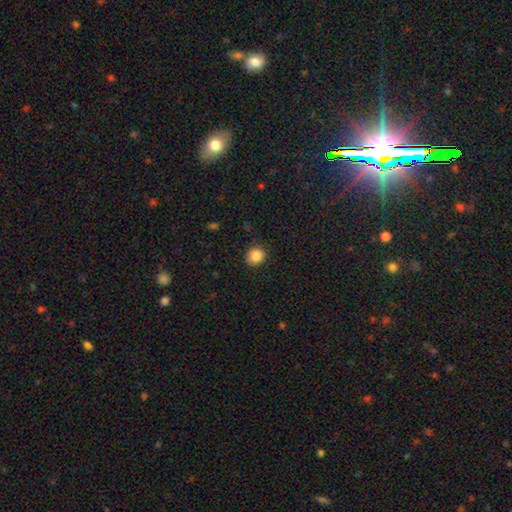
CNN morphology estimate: smooth_or_featured: smooth (p=0.86) [alt: star or artifact p=0.10]
how_rounded: round (p=0.83) [alt: in between p=0.17]
merging: none (p=0.88) [alt: minor disturbance p=0.09]